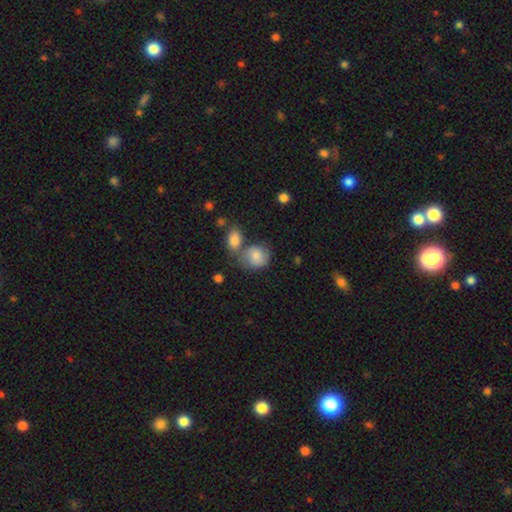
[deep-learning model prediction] Q: Smooth or featured?
A: smooth (76%); runner-up: featured or disk (15%)
Q: How rounded?
A: round (64%); runner-up: in between (35%)
Q: Merging?
A: none (44%); runner-up: merger (33%)